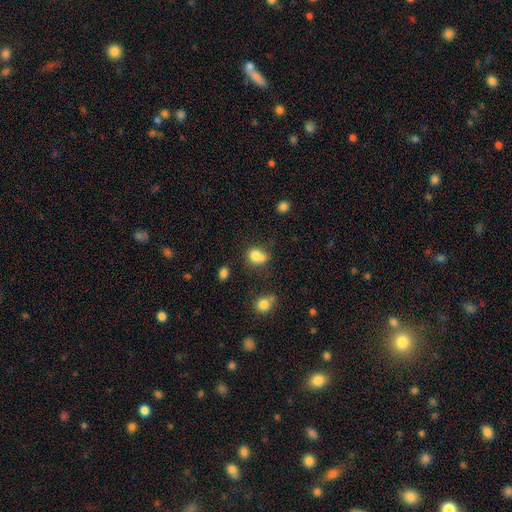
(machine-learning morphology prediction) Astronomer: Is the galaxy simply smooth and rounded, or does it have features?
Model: smooth — 76%.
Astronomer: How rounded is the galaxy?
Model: round — 53% (runner-up: in between, 45%).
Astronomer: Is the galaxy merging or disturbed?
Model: merger — 43% (runner-up: none, 34%).